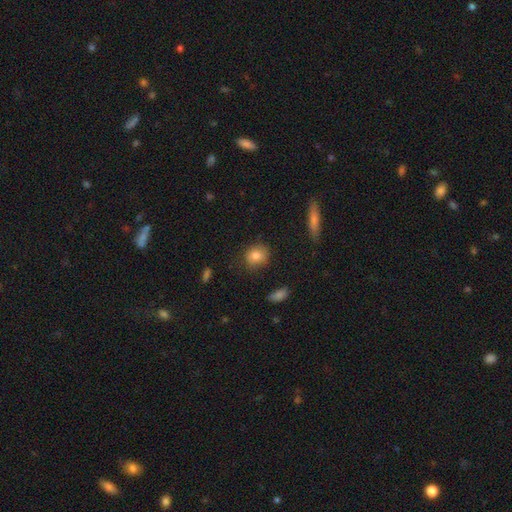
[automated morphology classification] smooth-or-featured: smooth: 83% | star or artifact: 9% | featured or disk: 8%
  how-rounded: round: 70% | in between: 29% | cigar-shaped: 2%
  merging: none: 77% | minor disturbance: 17% | major disturbance: 4% | merger: 2%